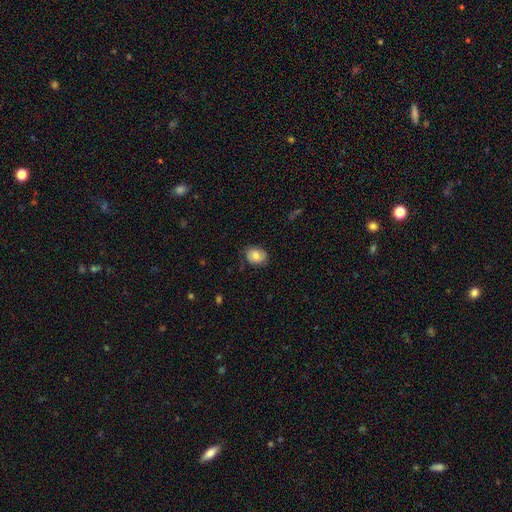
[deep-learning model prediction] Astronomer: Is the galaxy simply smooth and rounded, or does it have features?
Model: smooth — 79%.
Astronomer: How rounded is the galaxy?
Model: in between — 59% (runner-up: round, 40%).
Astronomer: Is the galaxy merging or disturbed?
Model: none — 75%.